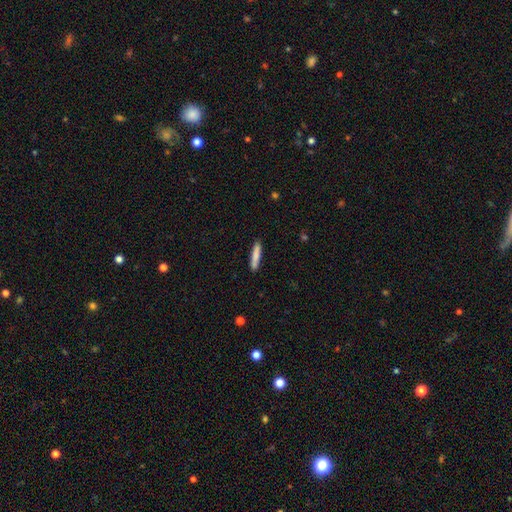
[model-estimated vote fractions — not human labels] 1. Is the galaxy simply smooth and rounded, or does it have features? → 81% smooth, 13% featured or disk, 6% star or artifact.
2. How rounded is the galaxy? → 91% cigar-shaped, 8% in between, 1% round.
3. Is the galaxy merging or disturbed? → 88% none, 9% minor disturbance, 2% merger, 2% major disturbance.